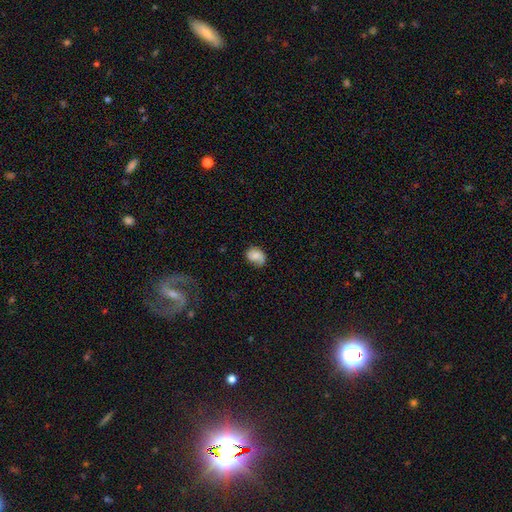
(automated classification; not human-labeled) This is likely a smooth galaxy (64%). How rounded: likely in between (62%). Merging: possibly none (59%).